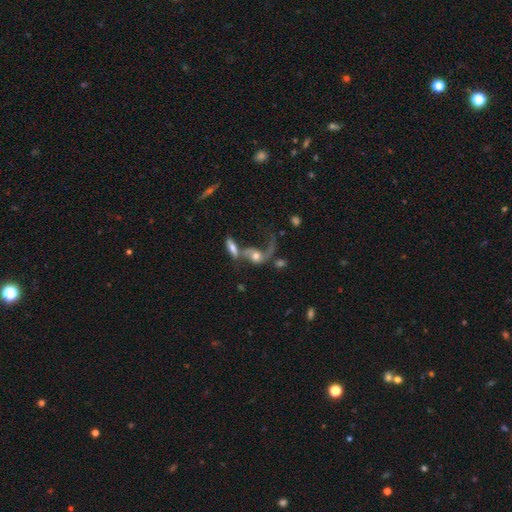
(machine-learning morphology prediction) smooth_or_featured: featured or disk (p=0.60) [alt: smooth p=0.30]
disk_edge_on: no (p=0.93) [alt: yes p=0.07]
bar: no (p=0.72) [alt: weak p=0.22]
has_spiral_arms: yes (p=0.76) [alt: no p=0.24]
bulge_size: moderate (p=0.54) [alt: small p=0.19]
merging: merger (p=0.46) [alt: major disturbance p=0.25]